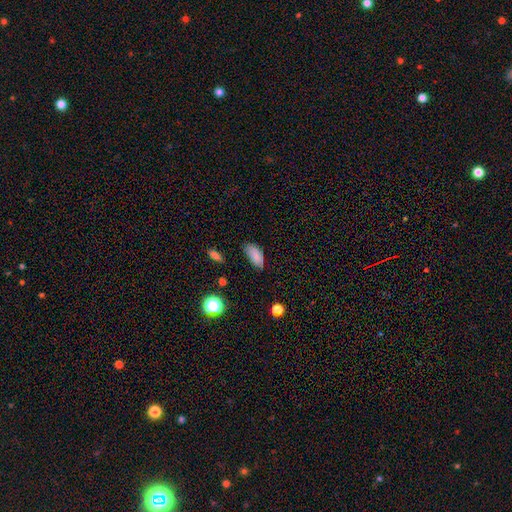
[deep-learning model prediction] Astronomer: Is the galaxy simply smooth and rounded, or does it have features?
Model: smooth — 85%.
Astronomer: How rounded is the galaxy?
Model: in between — 92%.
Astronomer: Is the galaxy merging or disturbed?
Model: none — 71%.